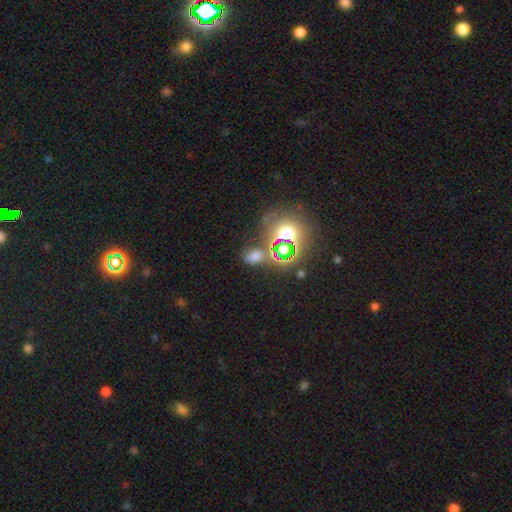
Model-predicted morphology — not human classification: A smooth galaxy with no disk features (54%) that is in between round and cigar-shaped (66%).

Vote fractions:
- Smooth or featured? smooth: 54% / star or artifact: 37% / featured or disk: 9%
- How rounded? in between: 66% / round: 31% / cigar-shaped: 2%
- Merging? none: 64% / merger: 15% / minor disturbance: 14% / major disturbance: 7%